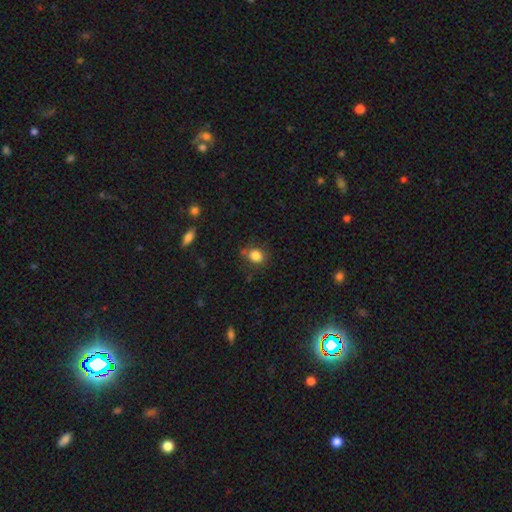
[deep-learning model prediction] smooth 83%, star or artifact 11%, featured or disk 6%. Down the decision tree: how rounded — round (52%); merging — none (73%).